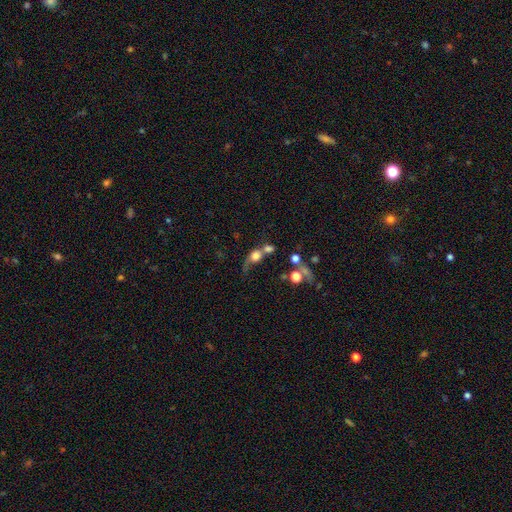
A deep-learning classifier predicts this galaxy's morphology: A smooth galaxy with no disk features (62%) that is round (64%).

Vote fractions:
- Smooth or featured? smooth: 62% / featured or disk: 25% / star or artifact: 13%
- How rounded? round: 64% / in between: 33% / cigar-shaped: 3%
- Merging? merger: 51% / none: 20% / major disturbance: 19% / minor disturbance: 10%